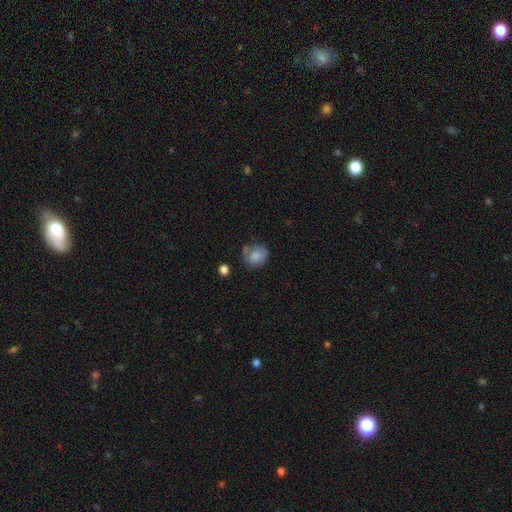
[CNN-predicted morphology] A smooth galaxy with no disk features (74%) that is round (71%).

Vote fractions:
- Smooth or featured? smooth: 74% / featured or disk: 18% / star or artifact: 9%
- How rounded? round: 71% / in between: 28% / cigar-shaped: 1%
- Merging? none: 59% / minor disturbance: 26% / major disturbance: 9% / merger: 5%